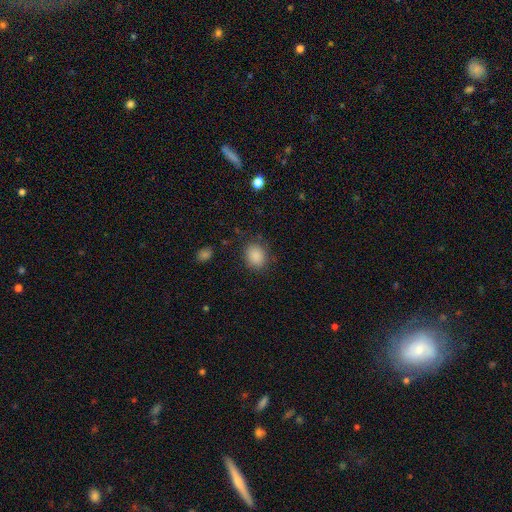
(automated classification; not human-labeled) smooth 87%, star or artifact 9%, featured or disk 4%. Down the decision tree: how rounded — in between (52%); merging — none (83%).